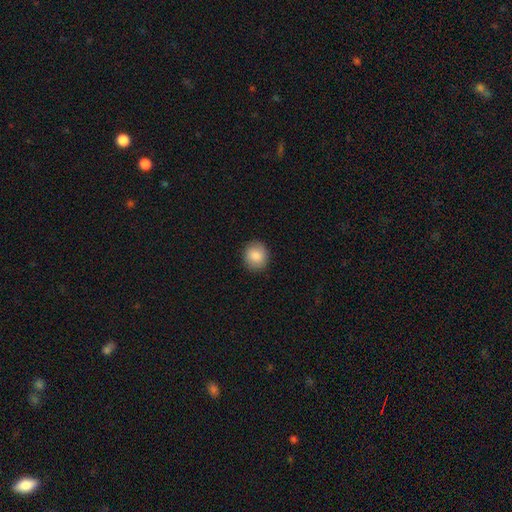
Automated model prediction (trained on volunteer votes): Smooth or featured?
  - smooth: 86% *
  - star or artifact: 8%
  - featured or disk: 6%
How rounded?
  - round: 85% *
  - in between: 14%
  - cigar-shaped: 1%
Merging?
  - none: 89% *
  - minor disturbance: 8%
  - major disturbance: 2%
  - merger: 1%